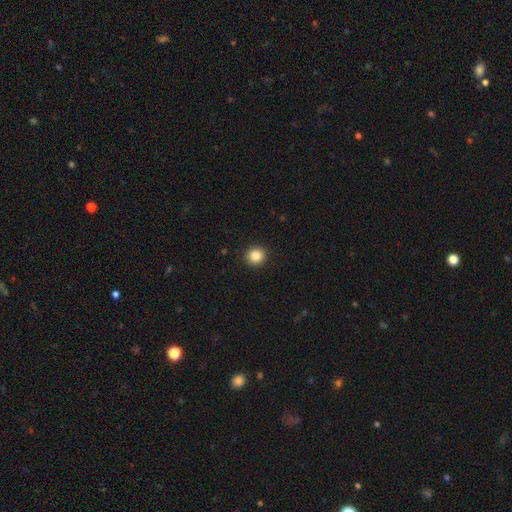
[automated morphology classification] This is clearly a smooth galaxy (86%). How rounded: clearly round (92%). Merging: clearly none (93%).